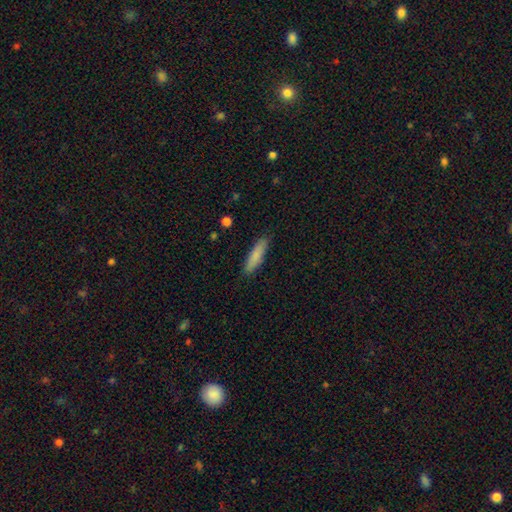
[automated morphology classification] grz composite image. It shows a smooth galaxy with no disk features (81%) that is cigar-shaped (75%). Merging: none (88%).